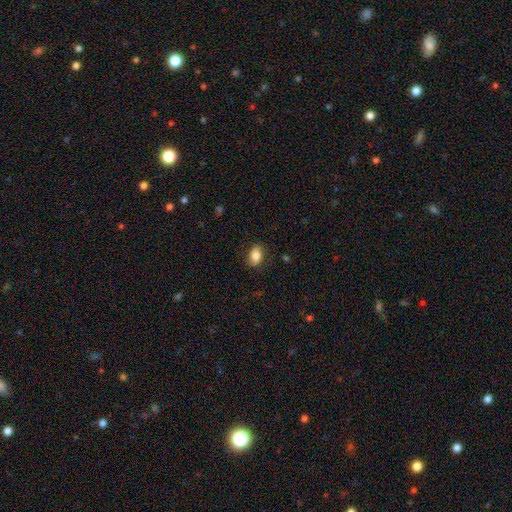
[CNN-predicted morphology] smooth_or_featured: smooth (p=0.82) [alt: featured or disk p=0.10]
how_rounded: in between (p=0.82) [alt: round p=0.16]
merging: none (p=0.84) [alt: minor disturbance p=0.12]